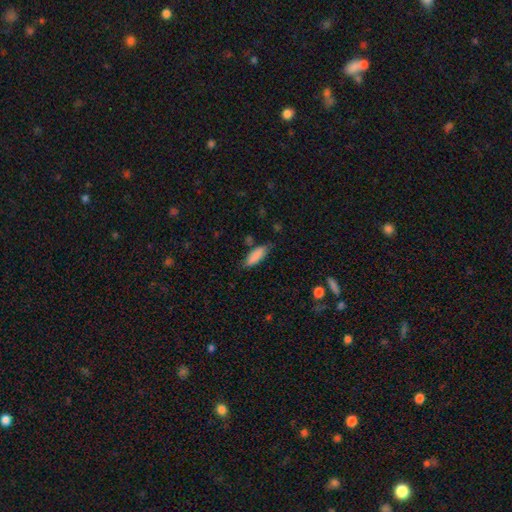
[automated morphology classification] Smooth or featured: smooth — 87% (featured or disk — 7%)
How rounded: in between — 60% (cigar-shaped — 38%)
Merging: none — 75% (minor disturbance — 18%)